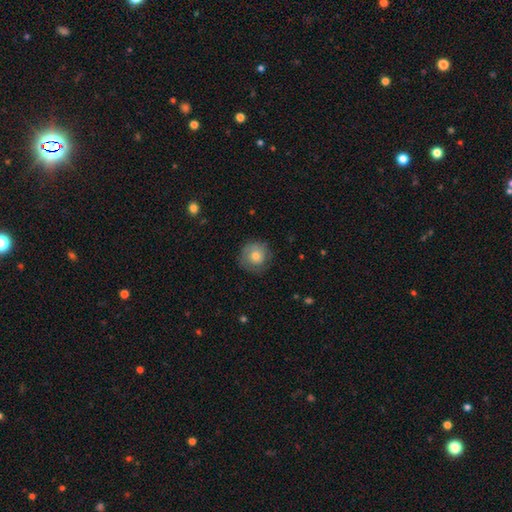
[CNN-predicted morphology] The model was most divided on "smooth or featured": smooth: 66%, featured or disk: 26%, star or artifact: 8%. More confident: how rounded — round (92%); merging — none (76%).